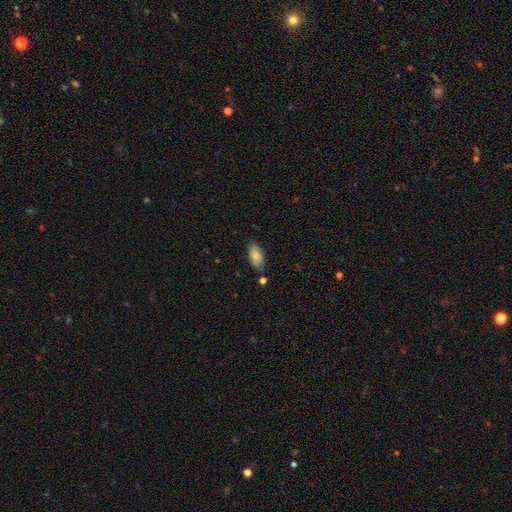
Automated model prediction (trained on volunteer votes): smooth 85%, featured or disk 9%, star or artifact 7%. Down the decision tree: how rounded — in between (90%); merging — none (79%).